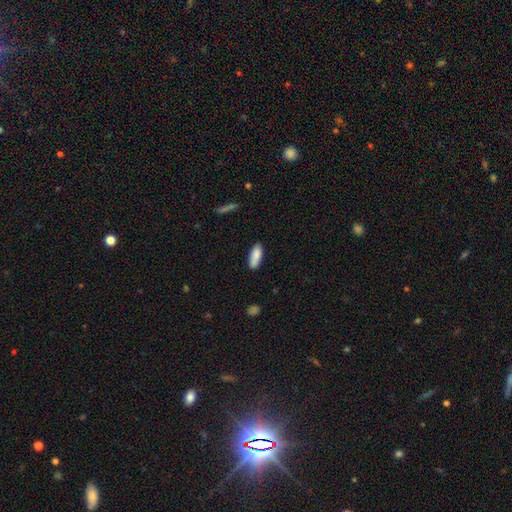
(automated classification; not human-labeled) smooth_or_featured: smooth (p=0.85) [alt: featured or disk p=0.09]
how_rounded: in between (p=0.71) [alt: cigar-shaped p=0.27]
merging: none (p=0.79) [alt: minor disturbance p=0.15]